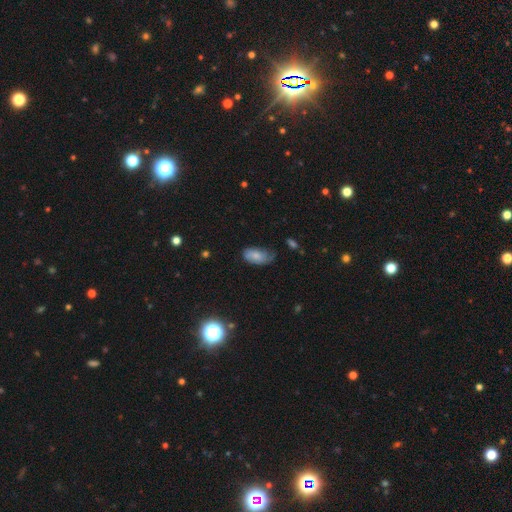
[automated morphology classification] Smooth or featured? Predicted: smooth (p=0.65). How rounded? Predicted: in between (p=0.92). Merging? Predicted: none (p=0.50).